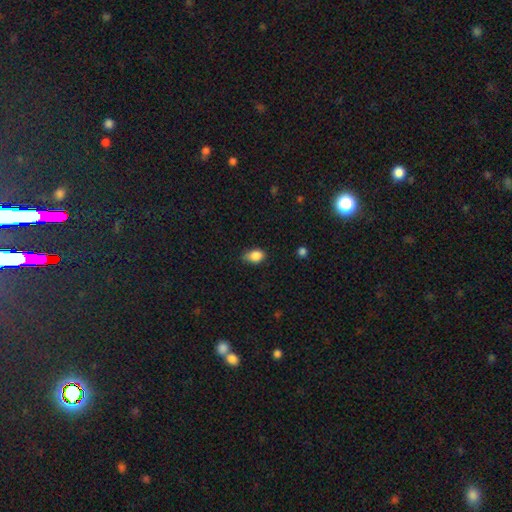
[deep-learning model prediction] A smooth galaxy with no disk features (86%) that is in between round and cigar-shaped (77%).

Vote fractions:
- Smooth or featured? smooth: 86% / star or artifact: 9% / featured or disk: 5%
- How rounded? in between: 77% / round: 21% / cigar-shaped: 2%
- Merging? none: 57% / minor disturbance: 35% / major disturbance: 6% / merger: 2%